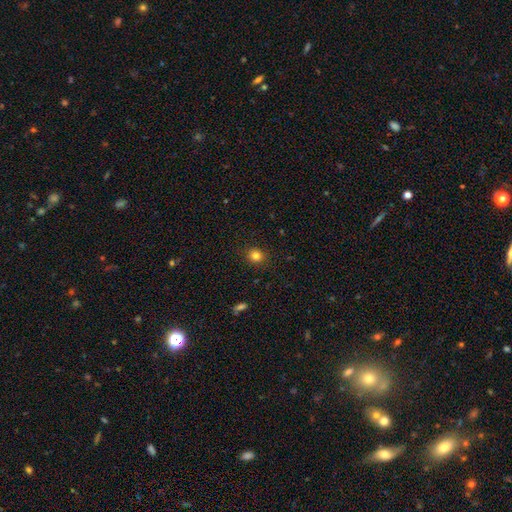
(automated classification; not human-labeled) Smooth or featured?
  - smooth: 82% *
  - star or artifact: 12%
  - featured or disk: 5%
How rounded?
  - round: 82% *
  - in between: 17%
  - cigar-shaped: 1%
Merging?
  - none: 90% *
  - minor disturbance: 7%
  - major disturbance: 2%
  - merger: 1%